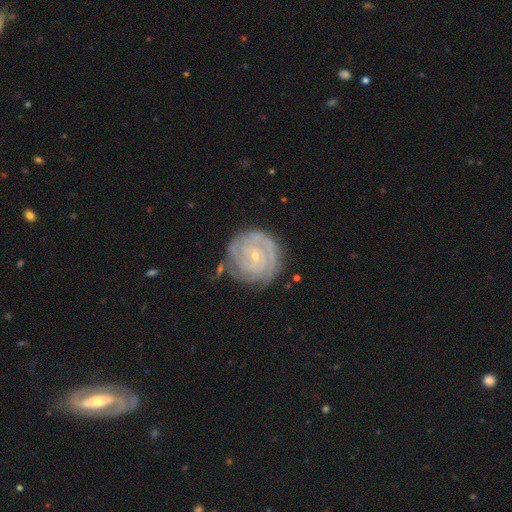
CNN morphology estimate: Q: Smooth or featured?
A: featured or disk (84%); runner-up: smooth (10%)
Q: Edge-on disk?
A: no (98%); runner-up: yes (2%)
Q: Bar?
A: no (62%); runner-up: weak (30%)
Q: Spiral arms?
A: yes (96%); runner-up: no (4%)
Q: Spiral winding?
A: tight (83%); runner-up: medium (14%)
Q: Spiral arm count?
A: can't tell (27%); runner-up: 2 (25%)
Q: Bulge size?
A: small (83%); runner-up: moderate (13%)
Q: Merging?
A: none (73%); runner-up: minor disturbance (18%)